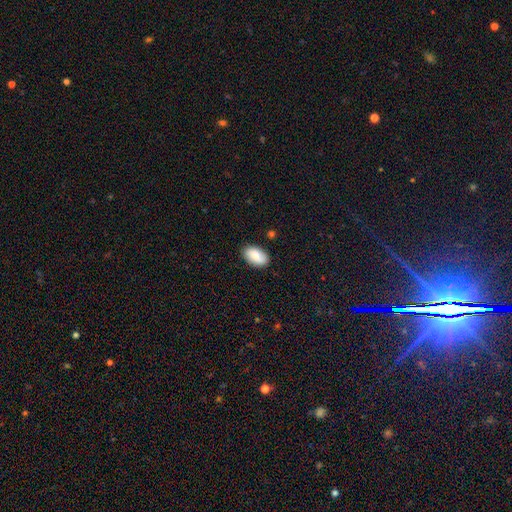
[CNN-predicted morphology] smooth-or-featured: smooth: 83% | featured or disk: 10% | star or artifact: 7%
  how-rounded: in between: 93% | round: 6% | cigar-shaped: 2%
  merging: none: 83% | minor disturbance: 13% | major disturbance: 3% | merger: 2%